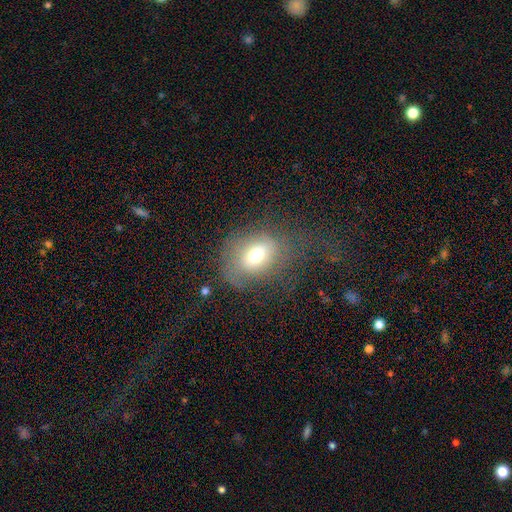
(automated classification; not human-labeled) This appears to be a smooth galaxy with no disk features (67%) that is in between round and cigar-shaped (56%). Merging: none (42%).